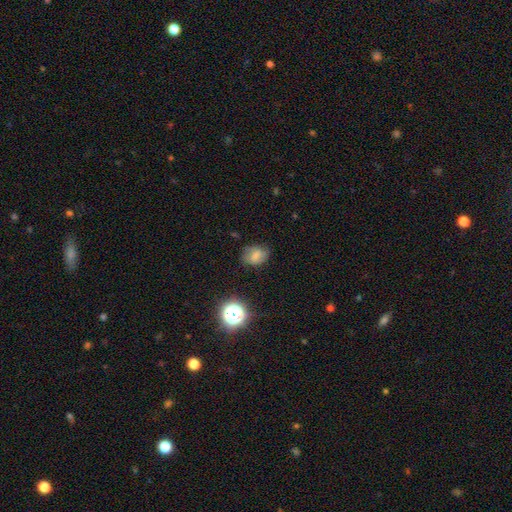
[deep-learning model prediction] The model was most divided on "how rounded": in between: 62%, round: 36%, cigar-shaped: 1%. More confident: merging — none (71%); smooth or featured — smooth (68%).